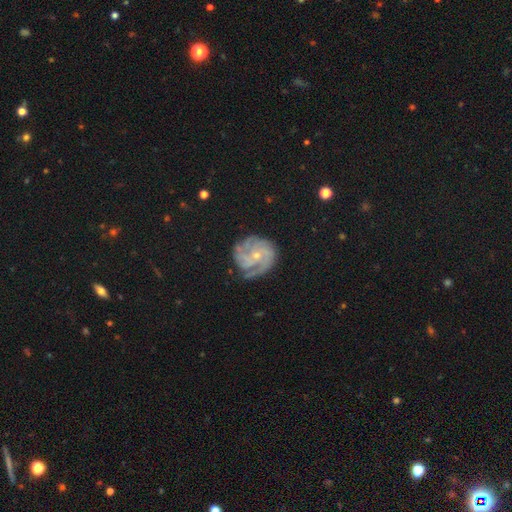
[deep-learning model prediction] Smooth or featured? Predicted: featured or disk (p=0.85). Edge-on disk? Predicted: no (p=0.98). Bar? Predicted: no (p=0.72). Spiral arms? Predicted: yes (p=0.96). Spiral winding? Predicted: tight (p=0.61). Spiral arm count? Predicted: 3 (p=0.32). Bulge size? Predicted: small (p=0.73). Merging? Predicted: none (p=0.71).